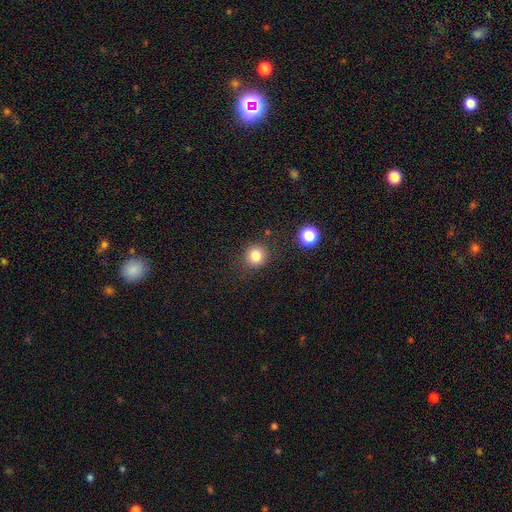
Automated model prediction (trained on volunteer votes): smooth 83%, star or artifact 12%, featured or disk 5%. Down the decision tree: how rounded — round (88%); merging — none (84%).